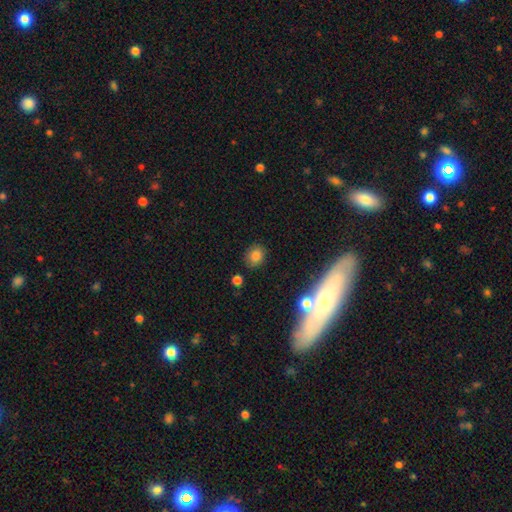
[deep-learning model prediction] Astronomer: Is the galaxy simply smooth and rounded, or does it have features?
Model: smooth — 80%.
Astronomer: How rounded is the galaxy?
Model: round — 66%.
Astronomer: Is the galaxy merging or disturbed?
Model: none — 82%.